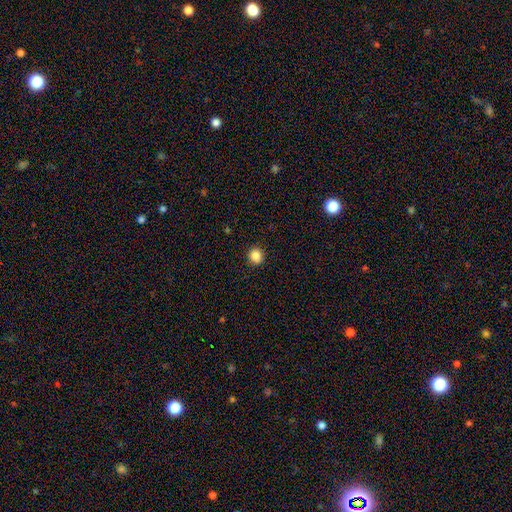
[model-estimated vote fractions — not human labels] Smooth or featured? Predicted: smooth (p=0.86). How rounded? Predicted: round (p=0.81). Merging? Predicted: none (p=0.91).